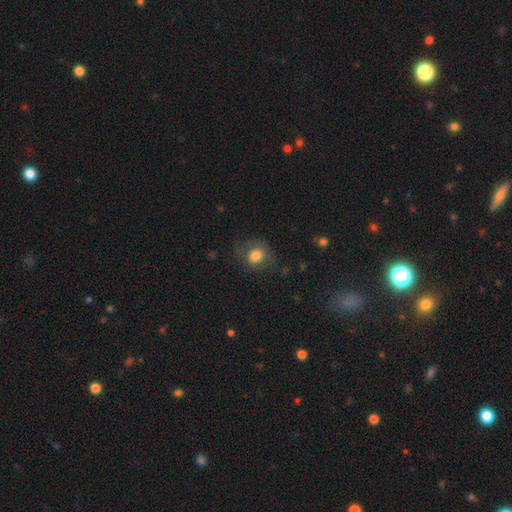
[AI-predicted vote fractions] A smooth galaxy with no disk features (76%) that is round (71%).

Vote fractions:
- Smooth or featured? smooth: 76% / featured or disk: 14% / star or artifact: 10%
- How rounded? round: 71% / in between: 28% / cigar-shaped: 1%
- Merging? none: 63% / minor disturbance: 21% / major disturbance: 14% / merger: 2%